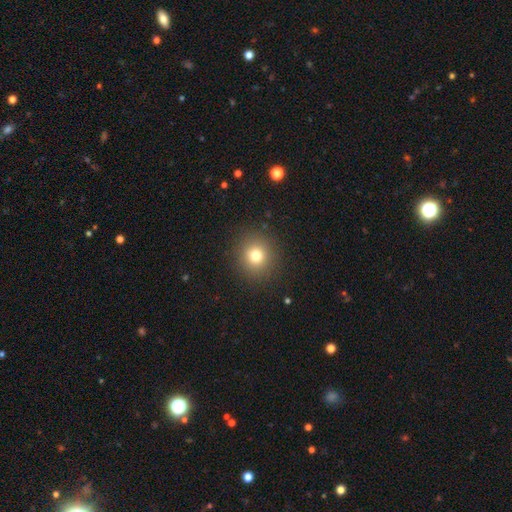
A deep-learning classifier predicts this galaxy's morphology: Smooth or featured? Predicted: smooth (p=0.77). How rounded? Predicted: round (p=0.89). Merging? Predicted: none (p=0.90).